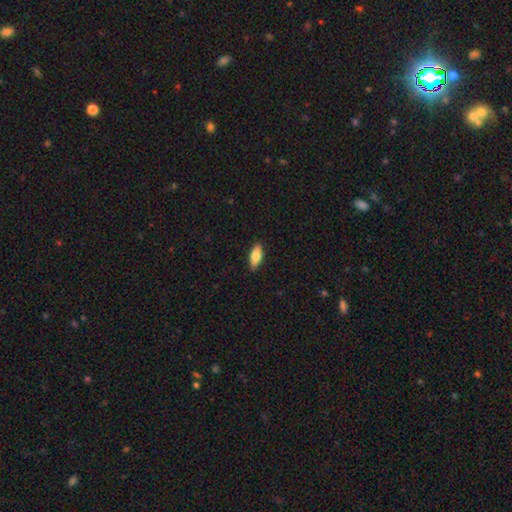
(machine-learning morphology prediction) type=smooth (81%); roundness=in between (76%); merging=none (87%).